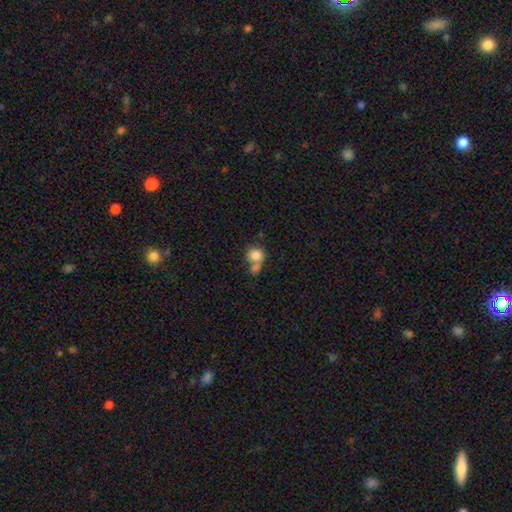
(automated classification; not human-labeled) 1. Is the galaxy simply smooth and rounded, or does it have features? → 82% smooth, 9% featured or disk, 9% star or artifact.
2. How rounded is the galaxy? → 77% round, 22% in between, 1% cigar-shaped.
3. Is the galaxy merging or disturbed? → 48% merger, 37% none, 10% minor disturbance, 6% major disturbance.